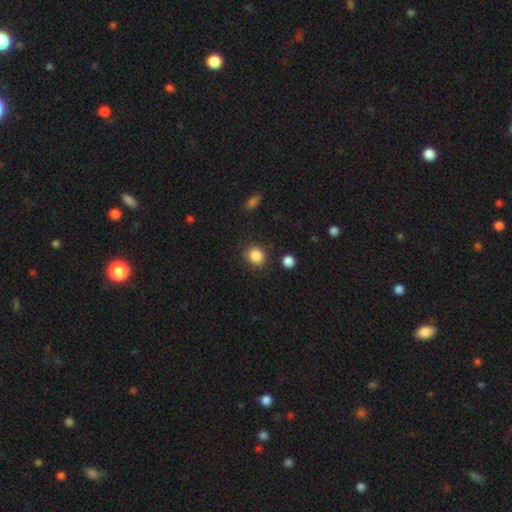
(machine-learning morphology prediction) This appears to be a smooth galaxy with no disk features (86%) that is round (83%). Merging: none (85%).